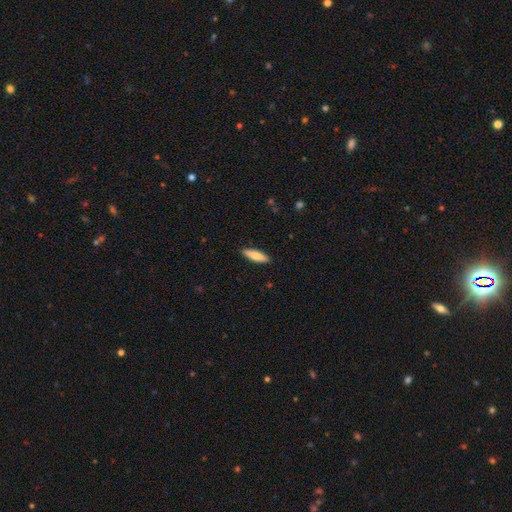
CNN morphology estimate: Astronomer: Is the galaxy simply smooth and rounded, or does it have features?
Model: smooth — 76%.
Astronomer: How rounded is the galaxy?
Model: cigar-shaped — 60% (runner-up: in between, 38%).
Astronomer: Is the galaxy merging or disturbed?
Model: none — 90%.